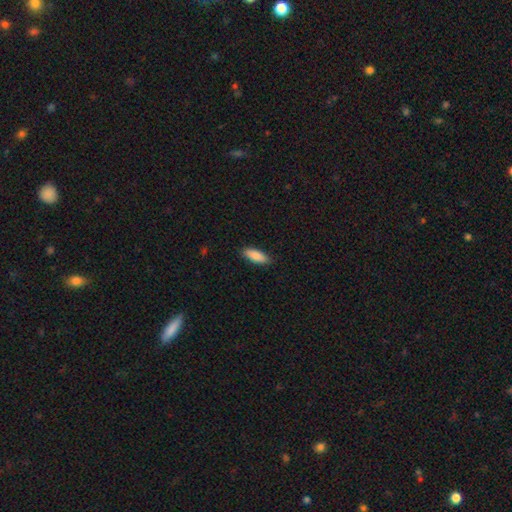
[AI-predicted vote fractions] Smooth or featured? Predicted: smooth (p=0.87). How rounded? Predicted: in between (p=0.72). Merging? Predicted: none (p=0.87).